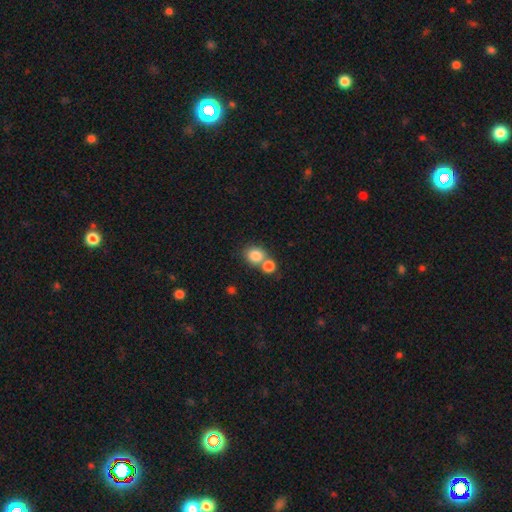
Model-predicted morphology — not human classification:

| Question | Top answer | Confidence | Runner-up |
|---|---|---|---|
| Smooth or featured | smooth | 83% | star or artifact (10%) |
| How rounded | round | 75% | in between (24%) |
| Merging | none | 46% | merger (43%) |